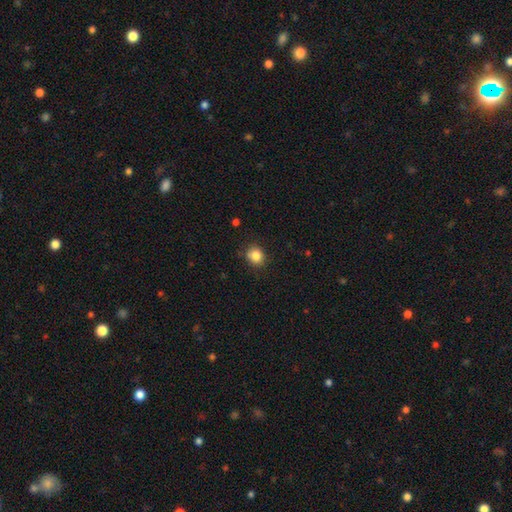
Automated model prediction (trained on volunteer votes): smooth_or_featured: smooth (p=0.84) [alt: star or artifact p=0.11]
how_rounded: round (p=0.75) [alt: in between p=0.24]
merging: none (p=0.83) [alt: minor disturbance p=0.13]